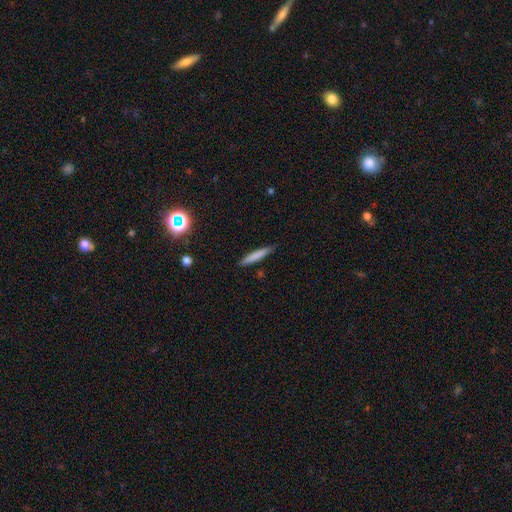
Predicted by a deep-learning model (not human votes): Smooth or featured?
  - smooth: 77% *
  - featured or disk: 17%
  - star or artifact: 6%
How rounded?
  - cigar-shaped: 94% *
  - in between: 5%
  - round: 1%
Merging?
  - none: 86% *
  - minor disturbance: 11%
  - major disturbance: 2%
  - merger: 2%